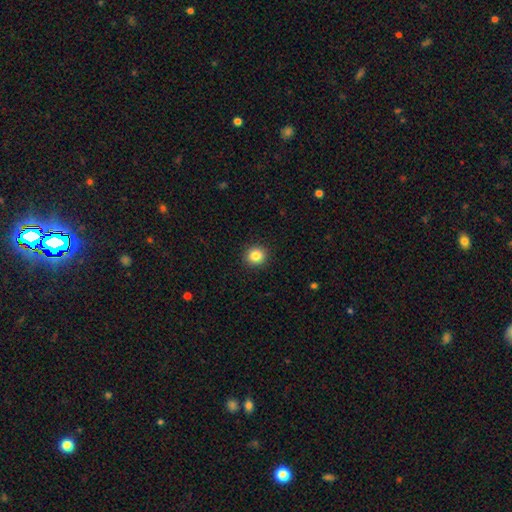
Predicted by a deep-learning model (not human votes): This appears to be a smooth galaxy with no disk features (85%) that is round (89%). Merging: none (92%).